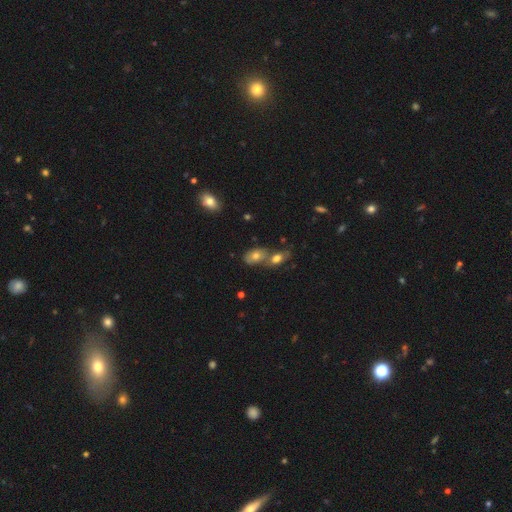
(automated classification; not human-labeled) A smooth galaxy with no disk features (68%) that is in between round and cigar-shaped (83%). Merging: merger (52%).